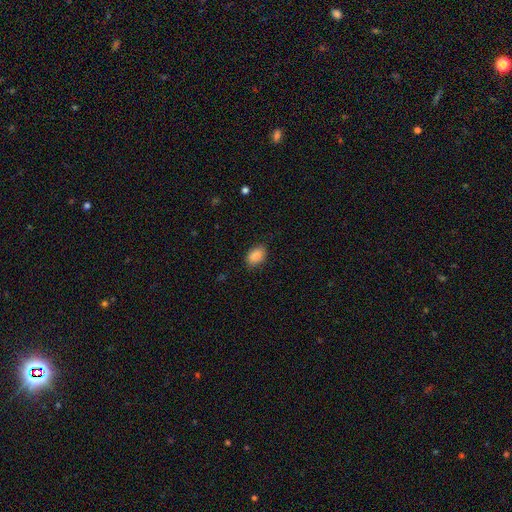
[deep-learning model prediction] Smooth or featured? smooth (89%)
How rounded? in between (87%)
Merging? none (83%)